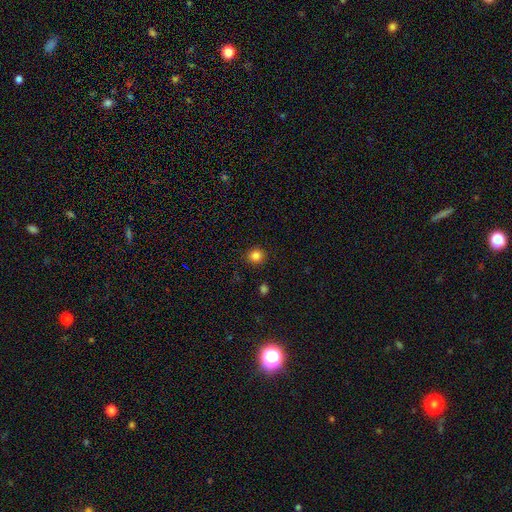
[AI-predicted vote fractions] A smooth galaxy with no disk features (84%) that is round (91%).

Vote fractions:
- Smooth or featured? smooth: 84% / star or artifact: 12% / featured or disk: 4%
- How rounded? round: 91% / in between: 8% / cigar-shaped: 1%
- Merging? none: 90% / minor disturbance: 6% / major disturbance: 2% / merger: 1%